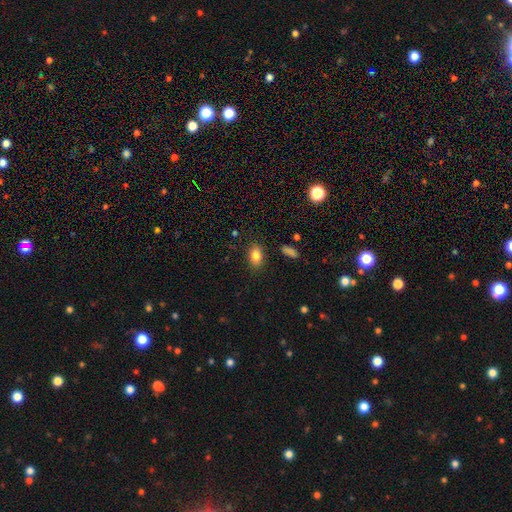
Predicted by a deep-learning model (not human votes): The model was most divided on "how rounded": in between: 83%, round: 15%, cigar-shaped: 2%. More confident: merging — none (86%); smooth or featured — smooth (83%).